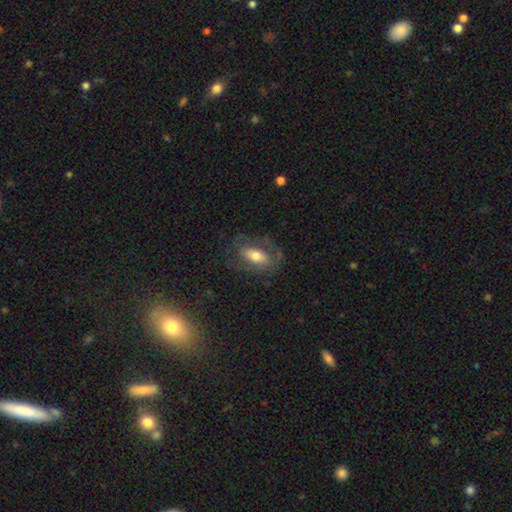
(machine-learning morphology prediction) A featured or disk galaxy (47%). Merging: none (62%).